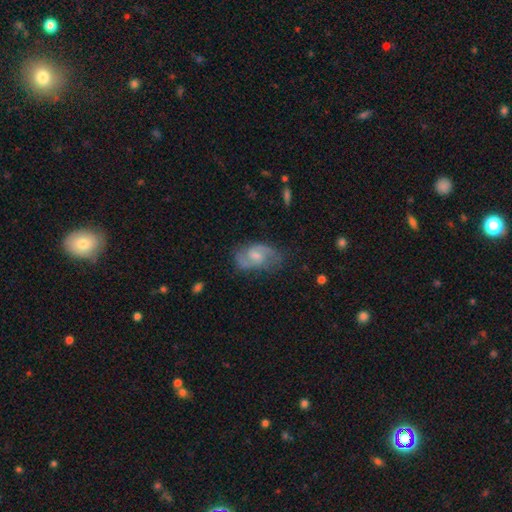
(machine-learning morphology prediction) Q: Smooth or featured?
A: featured or disk (74%); runner-up: smooth (19%)
Q: Edge-on disk?
A: no (96%); runner-up: yes (4%)
Q: Bar?
A: weak (54%); runner-up: no (37%)
Q: Spiral arms?
A: yes (92%); runner-up: no (8%)
Q: Spiral winding?
A: medium (52%); runner-up: loose (31%)
Q: Spiral arm count?
A: 2 (86%); runner-up: can't tell (8%)
Q: Bulge size?
A: moderate (43%); runner-up: small (41%)
Q: Merging?
A: none (68%); runner-up: minor disturbance (21%)